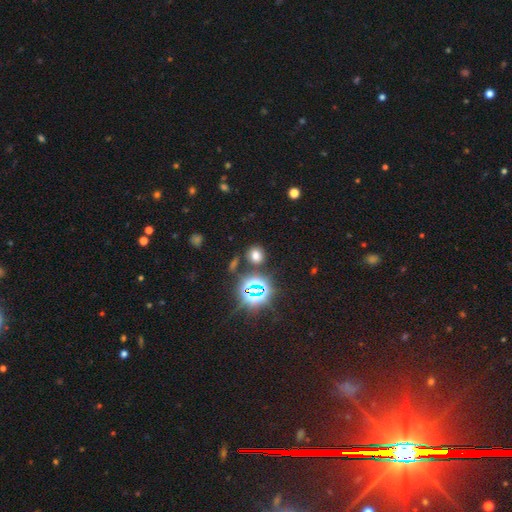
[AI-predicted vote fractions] Smooth or featured? Predicted: smooth (p=0.63). How rounded? Predicted: round (p=0.75). Merging? Predicted: none (p=0.83).